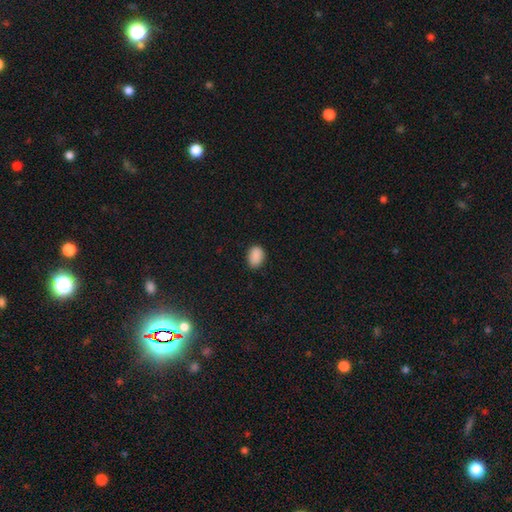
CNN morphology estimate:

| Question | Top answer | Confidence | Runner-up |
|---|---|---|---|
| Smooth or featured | smooth | 89% | star or artifact (8%) |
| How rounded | in between | 73% | round (26%) |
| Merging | none | 83% | minor disturbance (14%) |